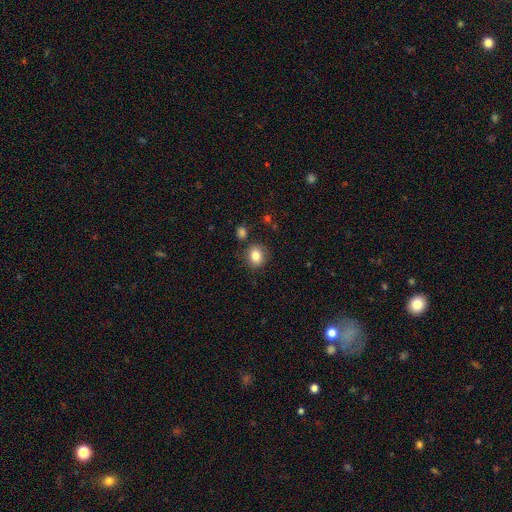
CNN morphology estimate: Overall: smooth (83%). How rounded: round (73%). Merging: none (82%).